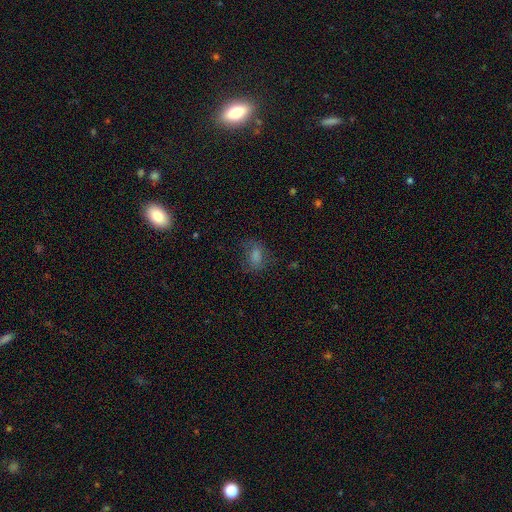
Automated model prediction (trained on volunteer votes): smooth_or_featured: smooth (p=0.73) [alt: star or artifact p=0.14]
how_rounded: in between (p=0.72) [alt: round p=0.26]
merging: none (p=0.61) [alt: minor disturbance p=0.22]